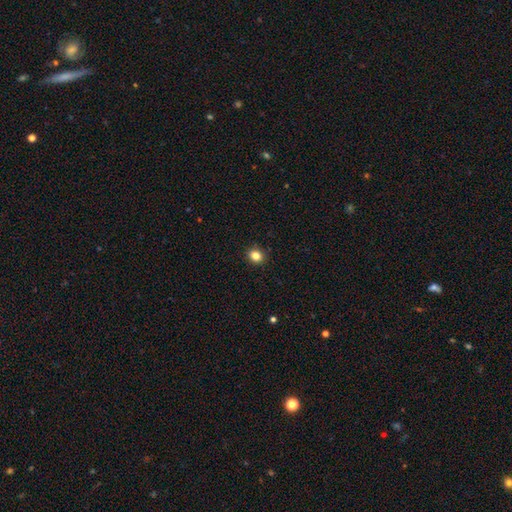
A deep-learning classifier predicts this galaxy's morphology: A smooth galaxy with no disk features (84%) that is round (70%). Merging: none (91%).